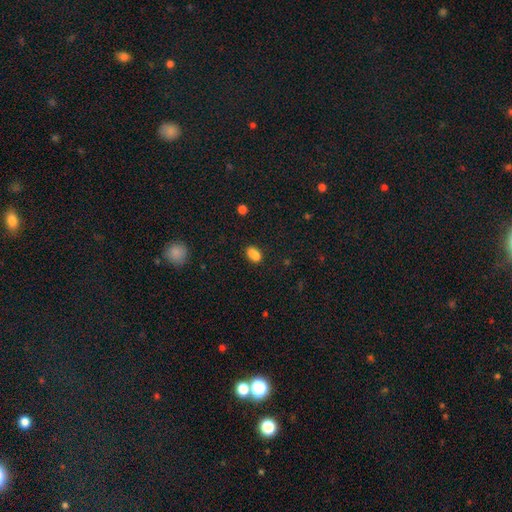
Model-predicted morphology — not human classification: smooth-or-featured: smooth: 81% | star or artifact: 12% | featured or disk: 7%
  how-rounded: in between: 83% | round: 14% | cigar-shaped: 4%
  merging: none: 58% | merger: 18% | minor disturbance: 18% | major disturbance: 5%